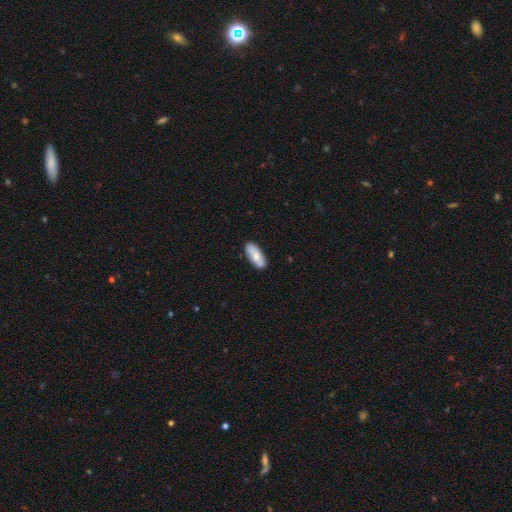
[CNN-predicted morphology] Smooth or featured: smooth — 73% (featured or disk — 22%)
How rounded: in between — 81% (cigar-shaped — 17%)
Merging: none — 85% (minor disturbance — 11%)